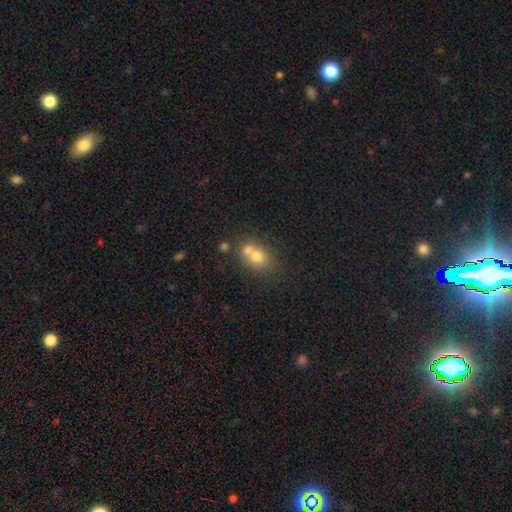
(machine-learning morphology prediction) type=smooth (70%); roundness=round (56%); merging=merger (53%).